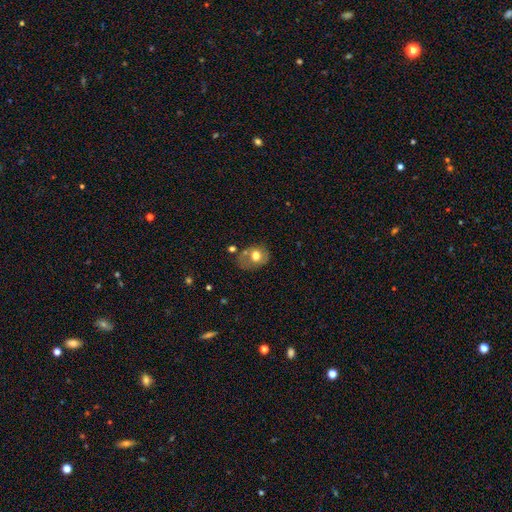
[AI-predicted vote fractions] smooth_or_featured: smooth (p=0.64) [alt: featured or disk p=0.27]
how_rounded: in between (p=0.53) [alt: round p=0.46]
merging: none (p=0.52) [alt: minor disturbance p=0.24]